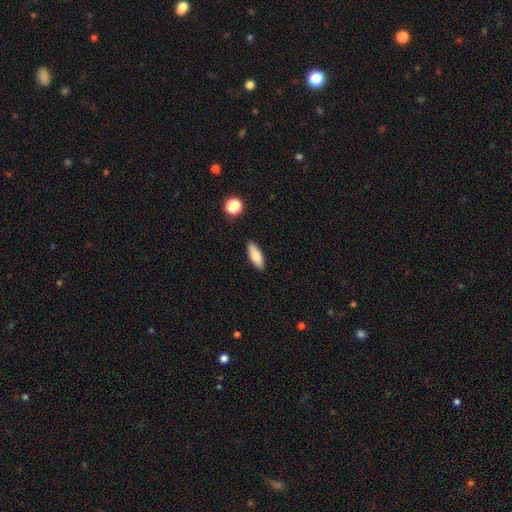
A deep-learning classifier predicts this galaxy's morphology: Overall: smooth (83%). How rounded: in between (68%; cigar-shaped 30%). Merging: none (88%).